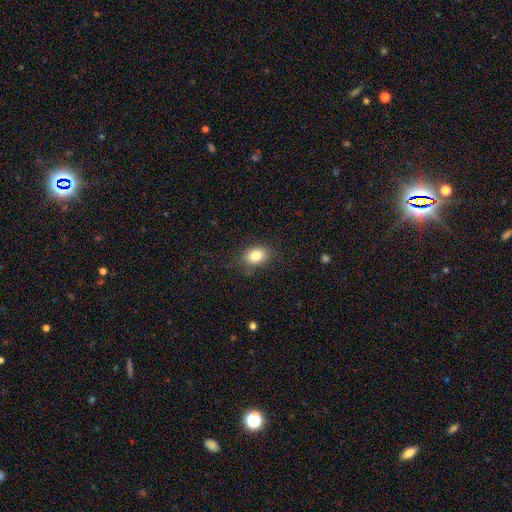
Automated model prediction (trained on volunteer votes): This appears to be a smooth galaxy with no disk features (82%) that is in between round and cigar-shaped (74%). Merging: none (80%).